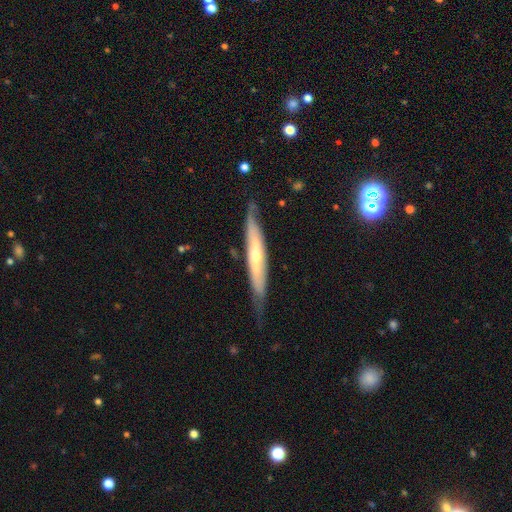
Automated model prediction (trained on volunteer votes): Q: Smooth or featured?
A: featured or disk (66%); runner-up: smooth (28%)
Q: Edge-on disk?
A: yes (73%); runner-up: no (27%)
Q: Merging?
A: none (70%); runner-up: minor disturbance (22%)